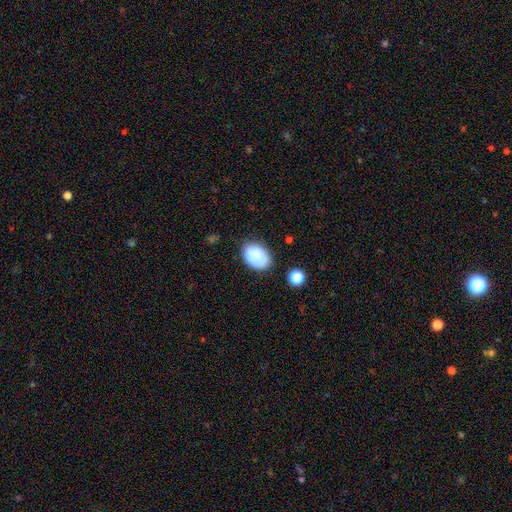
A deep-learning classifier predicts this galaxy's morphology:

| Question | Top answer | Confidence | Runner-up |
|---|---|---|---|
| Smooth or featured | smooth | 78% | featured or disk (14%) |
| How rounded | in between | 81% | round (18%) |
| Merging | none | 72% | minor disturbance (20%) |